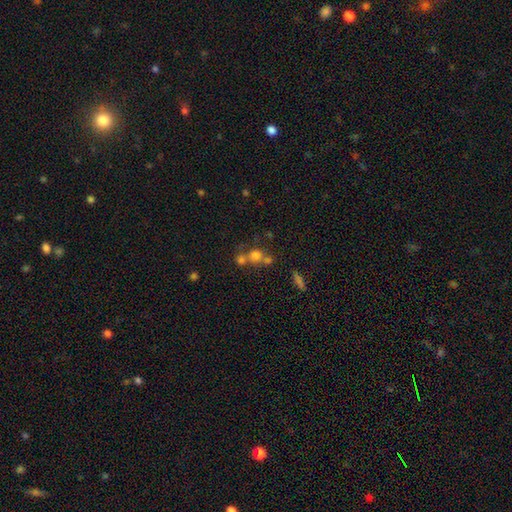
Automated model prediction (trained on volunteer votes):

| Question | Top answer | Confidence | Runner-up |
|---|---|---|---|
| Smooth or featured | smooth | 66% | star or artifact (18%) |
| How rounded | round | 83% | in between (15%) |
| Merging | merger | 46% | none (41%) |